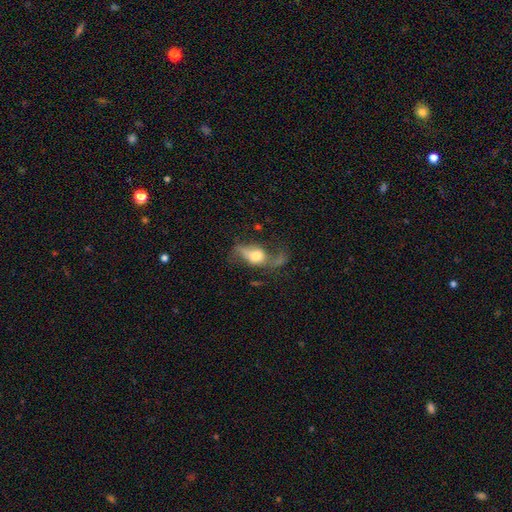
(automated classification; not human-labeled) This appears to be a featured or disk galaxy (46%). Merging: major disturbance (42%).